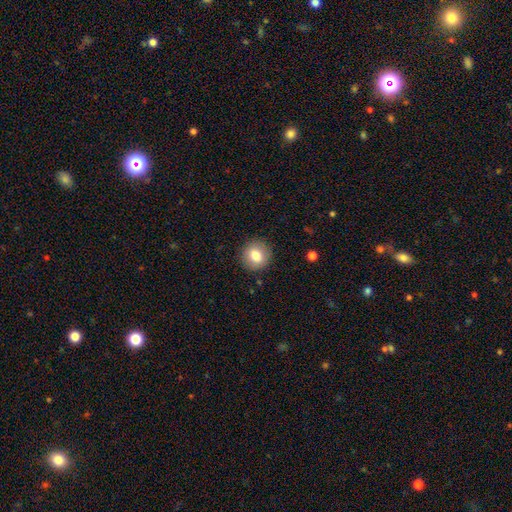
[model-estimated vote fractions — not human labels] A smooth galaxy with no disk features (80%) that is round (89%). Merging: none (90%).